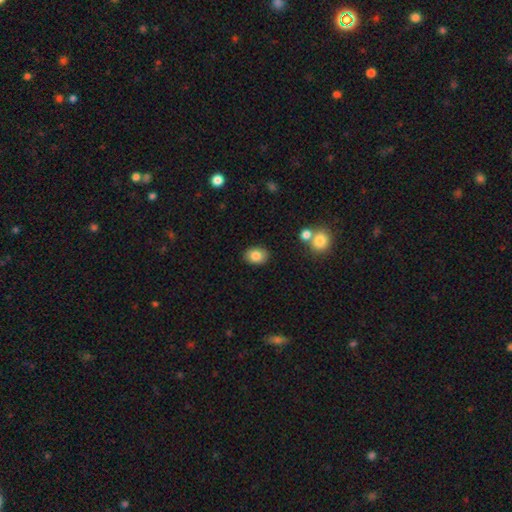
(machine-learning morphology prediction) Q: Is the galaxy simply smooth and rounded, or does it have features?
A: smooth — 82%.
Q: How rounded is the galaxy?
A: in between — 72%.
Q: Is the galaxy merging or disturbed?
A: none — 86%.